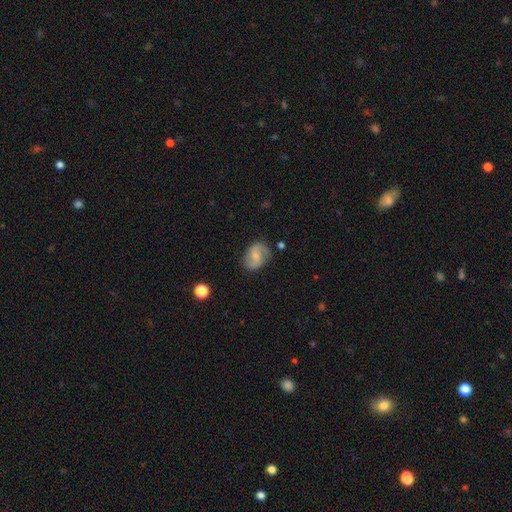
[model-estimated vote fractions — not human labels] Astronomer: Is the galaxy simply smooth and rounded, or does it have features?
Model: featured or disk — 61%.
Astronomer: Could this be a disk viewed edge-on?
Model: no — 97%.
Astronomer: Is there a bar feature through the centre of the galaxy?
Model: weak — 52% (runner-up: no, 28%).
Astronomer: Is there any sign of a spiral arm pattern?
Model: yes — 88%.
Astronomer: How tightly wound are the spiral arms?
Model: loose — 44% (runner-up: medium, 41%).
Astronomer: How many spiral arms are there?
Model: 2 — 88%.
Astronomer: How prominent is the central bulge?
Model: small — 54% (runner-up: moderate, 30%).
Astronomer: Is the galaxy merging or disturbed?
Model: none — 78%.